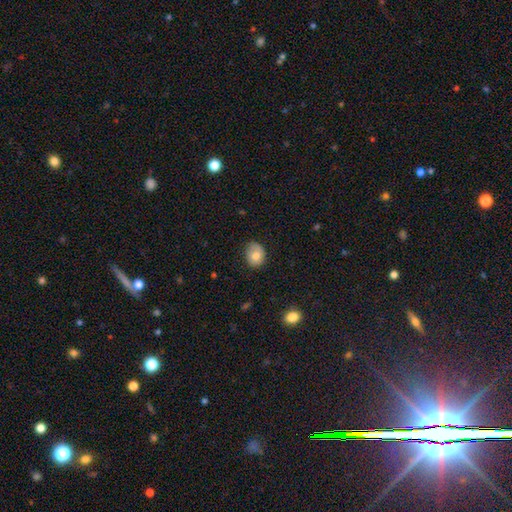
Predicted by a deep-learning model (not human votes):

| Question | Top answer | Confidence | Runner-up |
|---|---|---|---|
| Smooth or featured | smooth | 76% | featured or disk (16%) |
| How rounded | round | 51% | in between (48%) |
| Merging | none | 62% | minor disturbance (30%) |